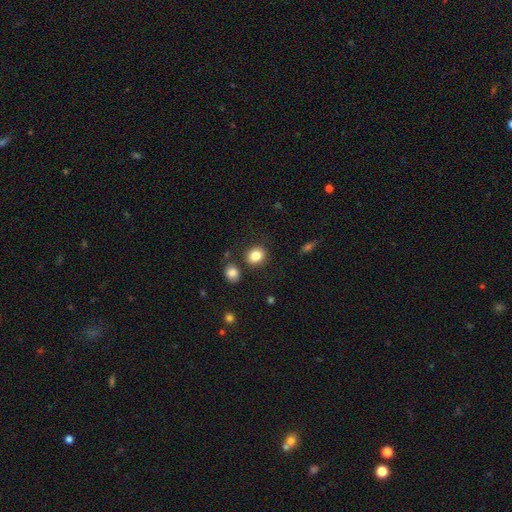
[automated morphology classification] smooth_or_featured: smooth (p=0.84) [alt: star or artifact p=0.10]
how_rounded: round (p=0.70) [alt: in between p=0.29]
merging: none (p=0.82) [alt: minor disturbance p=0.09]